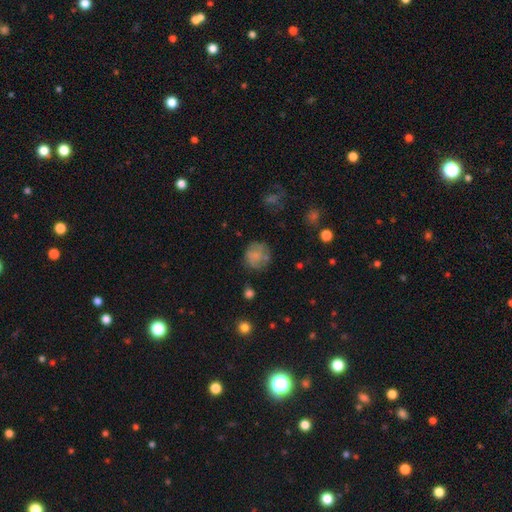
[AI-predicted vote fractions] This appears to be a smooth galaxy with no disk features (67%) that is round (85%). Merging: none (66%).